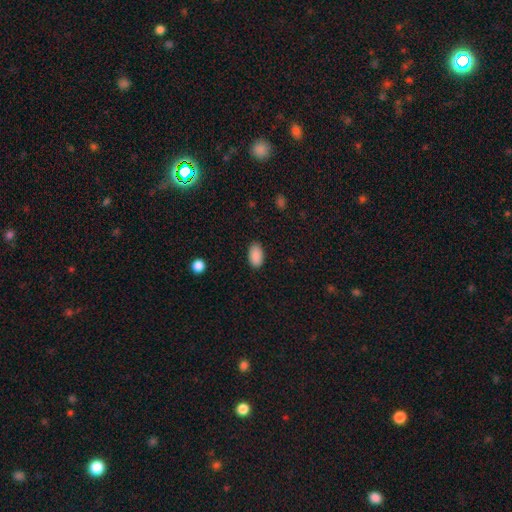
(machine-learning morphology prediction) This appears to be a smooth galaxy with no disk features (90%) that is in between round and cigar-shaped (94%). Merging: none (88%).